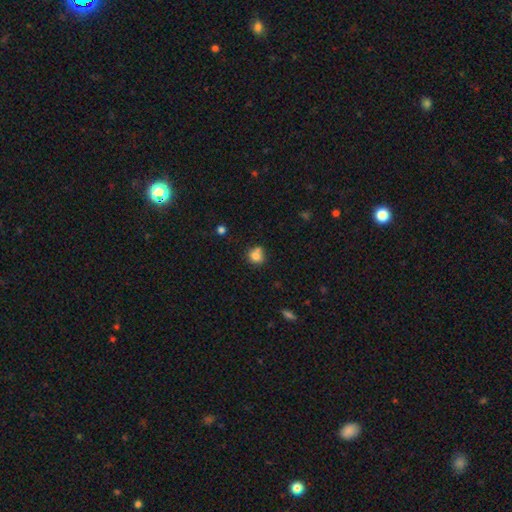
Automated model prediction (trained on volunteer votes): Morphology: type=smooth (79%); roundness=round (79%); merging=none (53%).